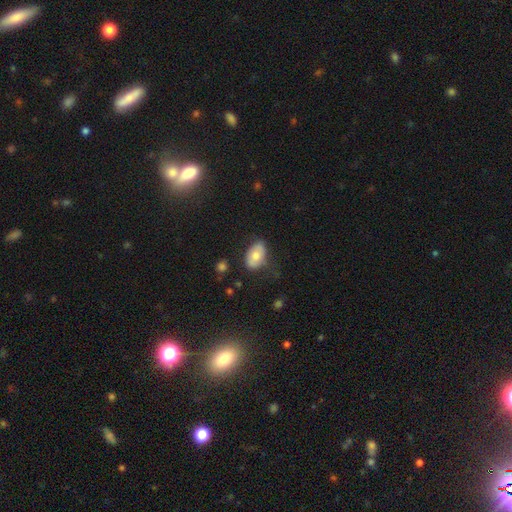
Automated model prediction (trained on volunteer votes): The model was most divided on "merging": none: 66%, minor disturbance: 25%, major disturbance: 7%, merger: 2%. More confident: how rounded — in between (91%); smooth or featured — smooth (70%).